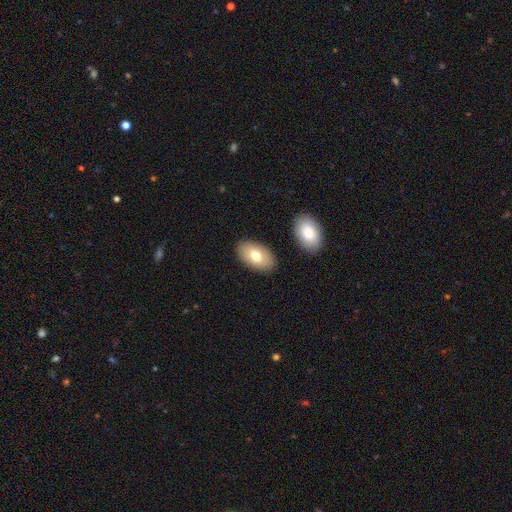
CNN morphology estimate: Smooth or featured?
  - smooth: 75% *
  - featured or disk: 19%
  - star or artifact: 7%
How rounded?
  - in between: 93% *
  - round: 5%
  - cigar-shaped: 1%
Merging?
  - none: 86% *
  - minor disturbance: 9%
  - merger: 4%
  - major disturbance: 2%